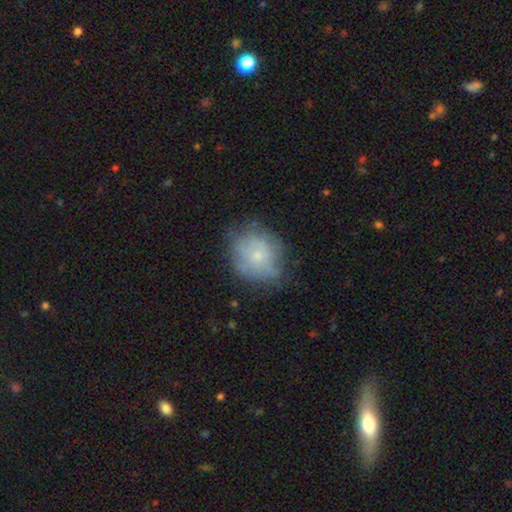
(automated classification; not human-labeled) This appears to be a smooth galaxy with no disk features (54%) that is round (71%). Merging: none (63%).